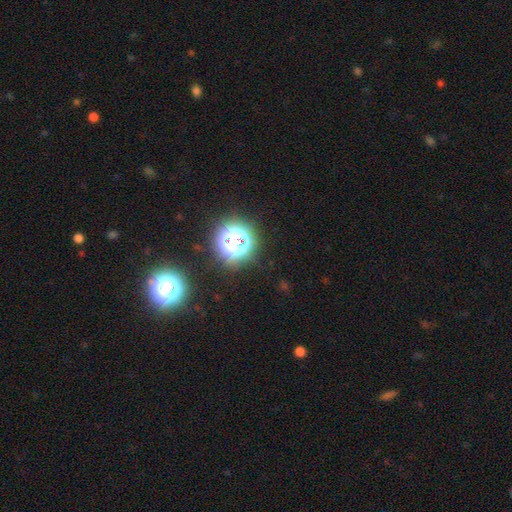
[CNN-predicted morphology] A star or artifact, not a galaxy (74%).